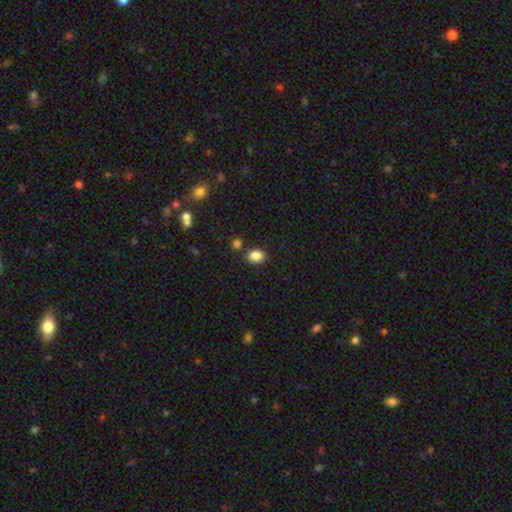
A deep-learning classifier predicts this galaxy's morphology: Smooth or featured? smooth (85%)
How rounded? in between (68%)
Merging? none (80%)